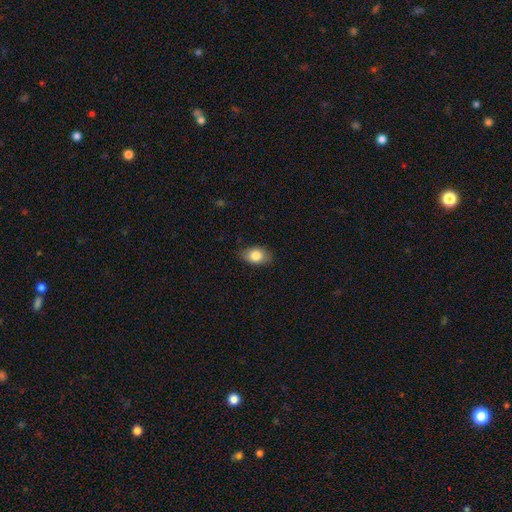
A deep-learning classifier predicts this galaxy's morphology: Smooth or featured: smooth — 82% (featured or disk — 11%)
How rounded: in between — 84% (round — 14%)
Merging: none — 82% (minor disturbance — 14%)